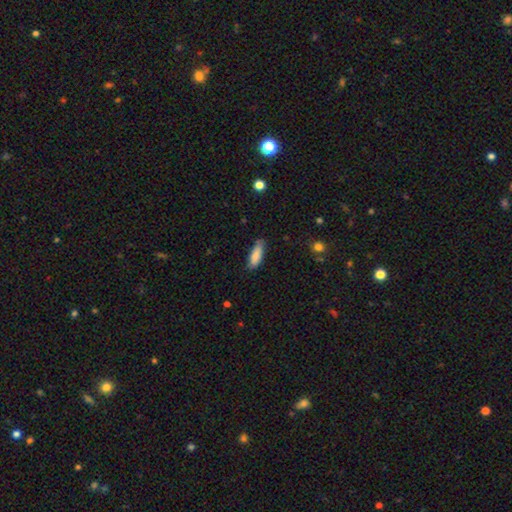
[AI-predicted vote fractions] Smooth or featured?
  - smooth: 84% *
  - featured or disk: 10%
  - star or artifact: 6%
How rounded?
  - in between: 64% *
  - cigar-shaped: 34%
  - round: 2%
Merging?
  - none: 74% *
  - minor disturbance: 21%
  - major disturbance: 3%
  - merger: 1%